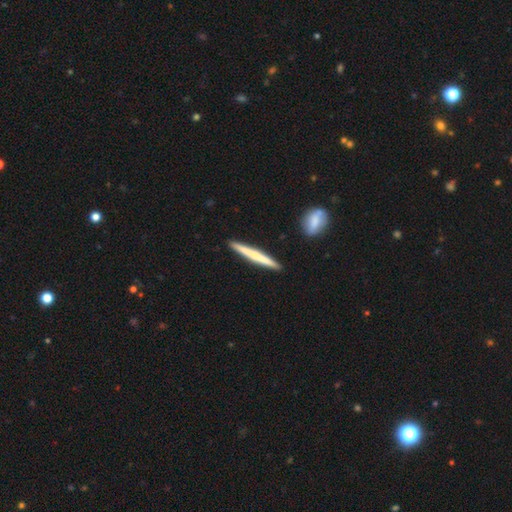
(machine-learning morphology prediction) type=smooth (54%); roundness=cigar-shaped (96%); merging=none (91%).